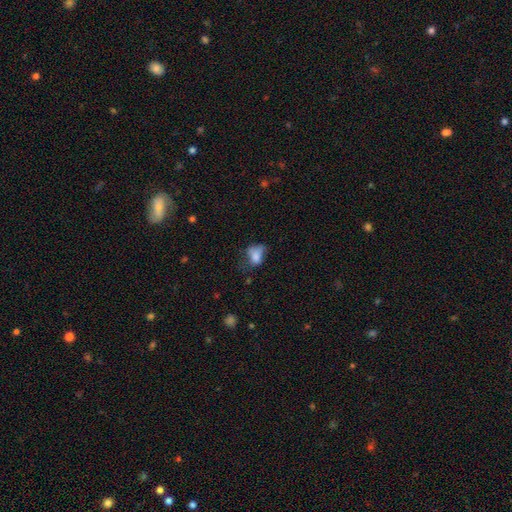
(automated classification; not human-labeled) A smooth galaxy with no disk features (71%) that is in between round and cigar-shaped (74%). Merging: major disturbance (35%).